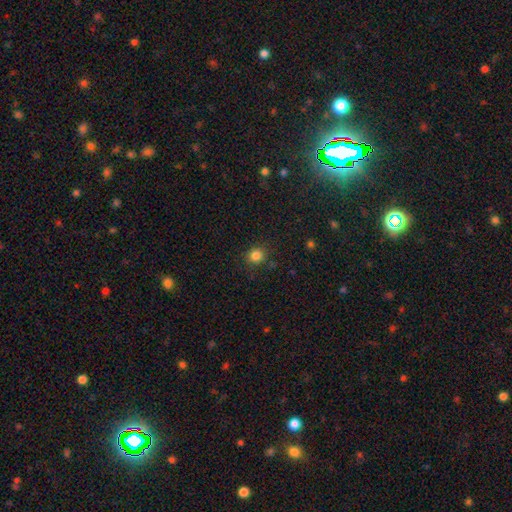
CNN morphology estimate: Smooth or featured: smooth — 83% (star or artifact — 13%)
How rounded: round — 83% (in between — 16%)
Merging: none — 86% (minor disturbance — 9%)